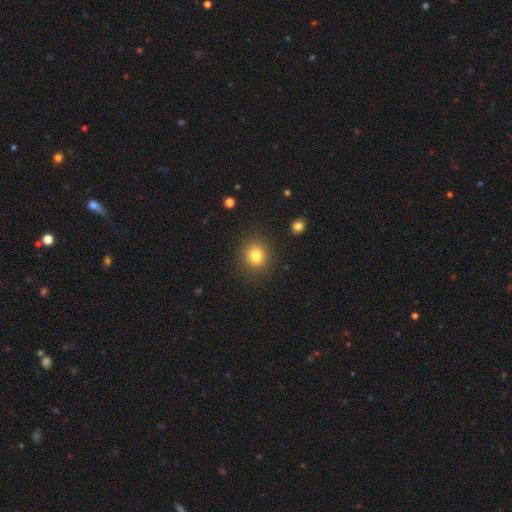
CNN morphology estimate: A smooth galaxy with no disk features (79%) that is round (82%).

Vote fractions:
- Smooth or featured? smooth: 79% / star or artifact: 13% / featured or disk: 8%
- How rounded? round: 82% / in between: 17% / cigar-shaped: 1%
- Merging? none: 88% / minor disturbance: 8% / major disturbance: 3% / merger: 2%